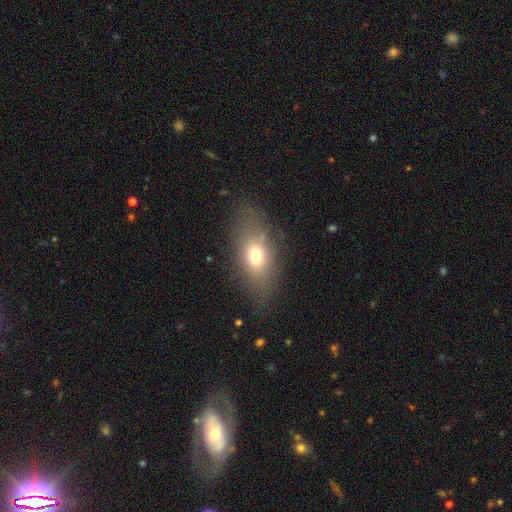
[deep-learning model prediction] Smooth or featured: smooth — 69% (featured or disk — 18%)
How rounded: in between — 77% (round — 17%)
Merging: none — 74% (minor disturbance — 15%)